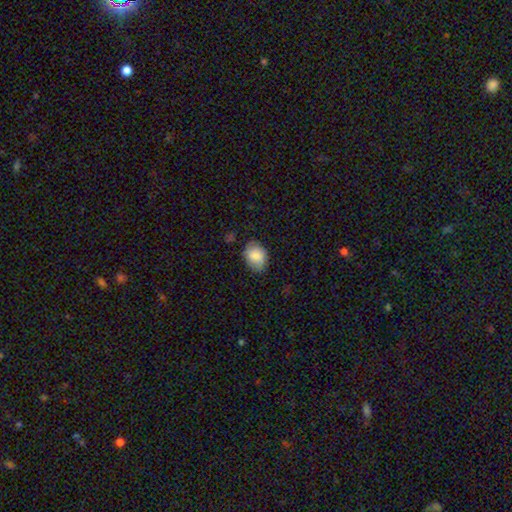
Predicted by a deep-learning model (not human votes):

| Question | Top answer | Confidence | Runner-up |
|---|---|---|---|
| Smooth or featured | smooth | 82% | featured or disk (11%) |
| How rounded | in between | 70% | round (29%) |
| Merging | none | 72% | minor disturbance (22%) |